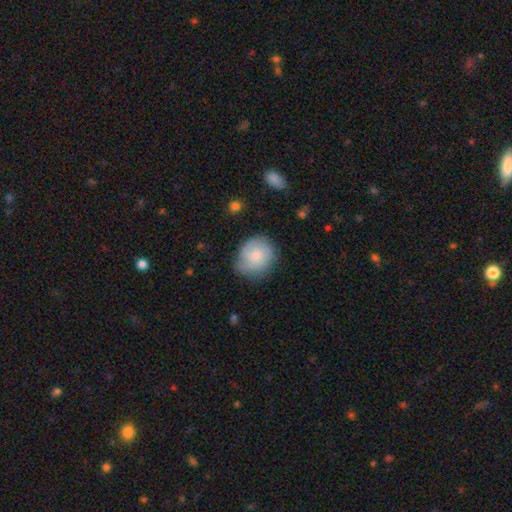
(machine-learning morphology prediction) smooth-or-featured: smooth: 53% | featured or disk: 40% | star or artifact: 7%
  how-rounded: round: 74% | in between: 25% | cigar-shaped: 1%
  merging: none: 69% | minor disturbance: 23% | major disturbance: 7% | merger: 2%